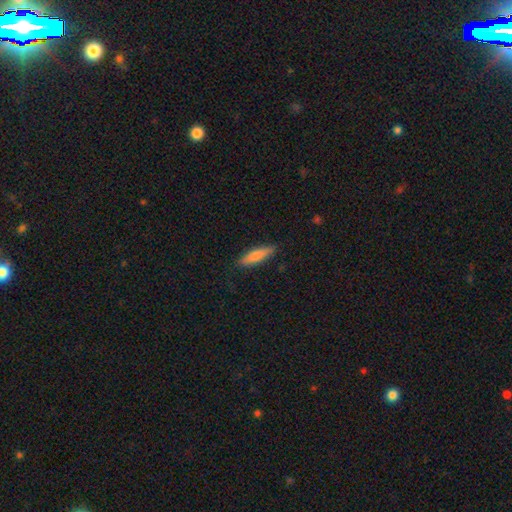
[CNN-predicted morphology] Smooth or featured? smooth (76%)
How rounded? cigar-shaped (73%)
Merging? none (87%)